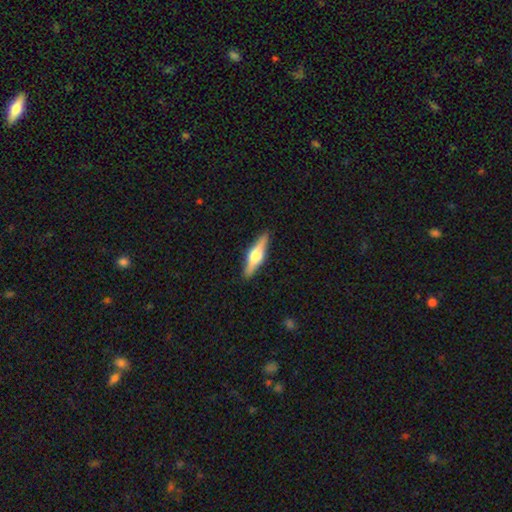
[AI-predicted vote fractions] The model was most divided on "smooth or featured": featured or disk: 61%, smooth: 33%, star or artifact: 5%. More confident: edge-on disk — yes (96%); edge-on bulge — rounded (94%); merging — none (90%).